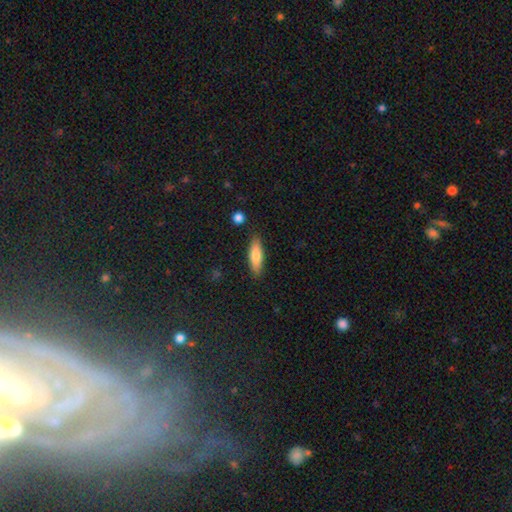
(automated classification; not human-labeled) Smooth or featured? smooth (75%)
How rounded? cigar-shaped (50%)
Merging? none (86%)